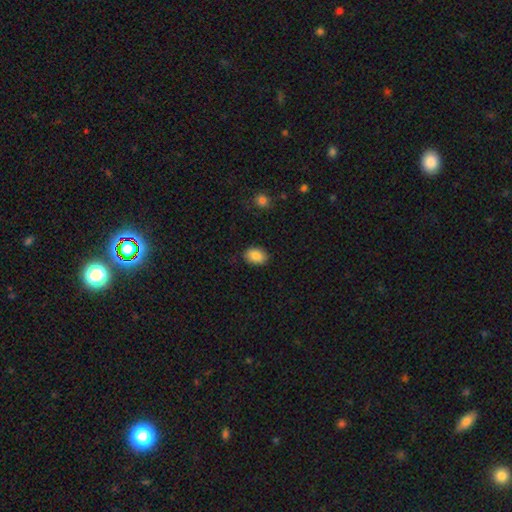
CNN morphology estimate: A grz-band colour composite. It shows a smooth galaxy with no disk features (87%) that is in between round and cigar-shaped (79%). Merging: none (85%).